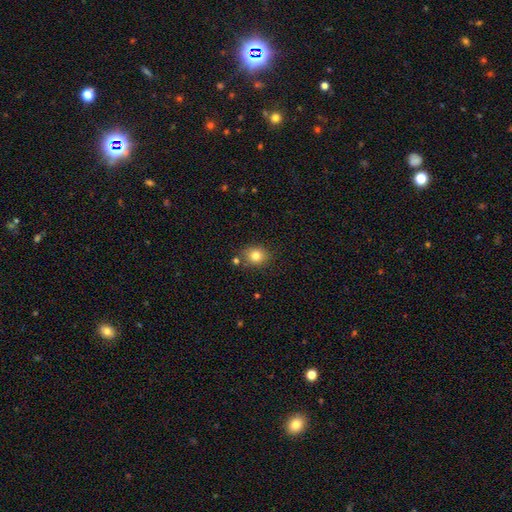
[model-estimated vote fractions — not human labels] This is clearly a smooth galaxy (81%). How rounded: likely round (65%). Merging: likely none (79%).